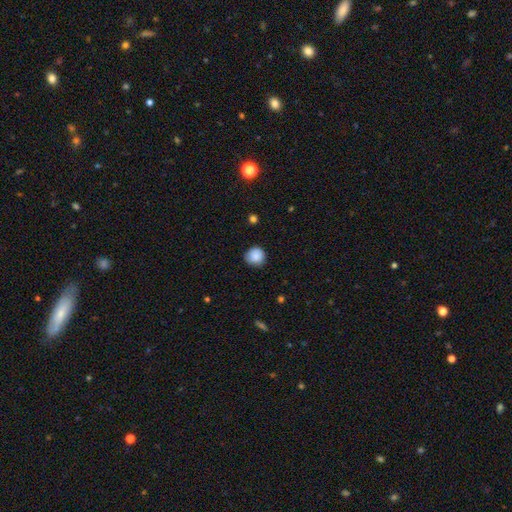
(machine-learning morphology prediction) This appears to be a smooth galaxy with no disk features (86%) that is round (91%). Merging: none (80%).